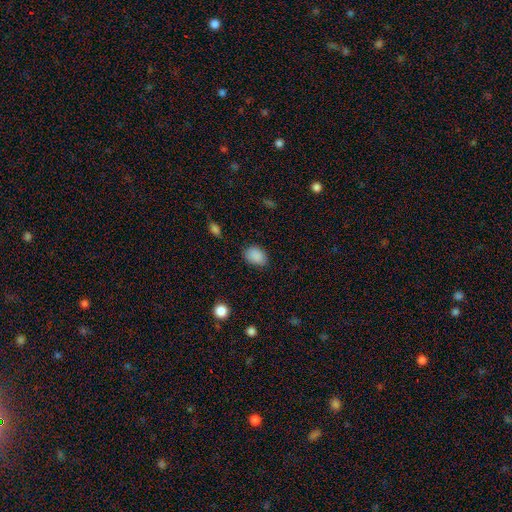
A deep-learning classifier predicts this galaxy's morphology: This is clearly a smooth galaxy (88%). How rounded: likely in between (71%). Merging: clearly none (81%).